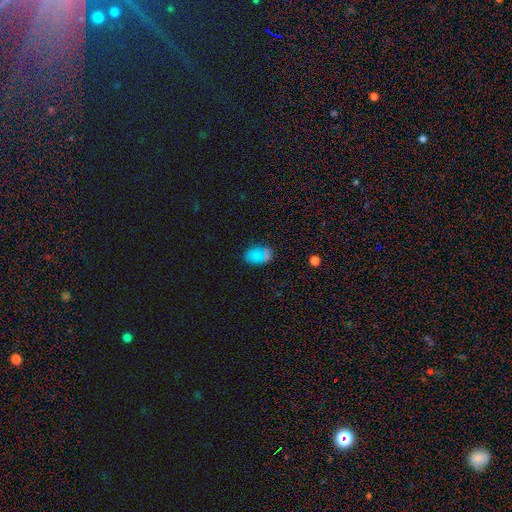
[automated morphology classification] type=smooth (70%); roundness=in between (72%); merging=none (67%).